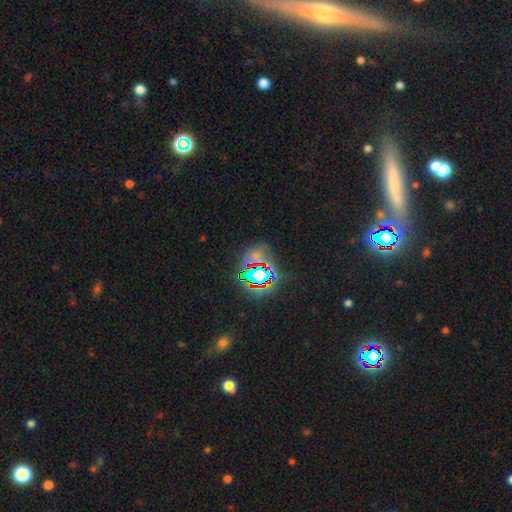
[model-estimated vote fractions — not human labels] smooth-or-featured: star or artifact: 73% | smooth: 17% | featured or disk: 10%